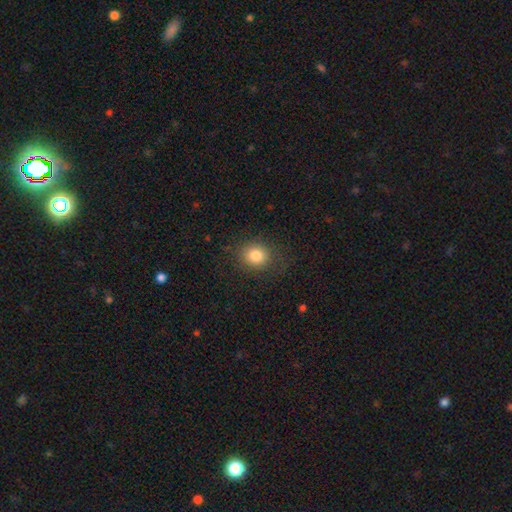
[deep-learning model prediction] smooth_or_featured: smooth (p=0.82) [alt: star or artifact p=0.11]
how_rounded: round (p=0.72) [alt: in between p=0.27]
merging: none (p=0.82) [alt: minor disturbance p=0.11]